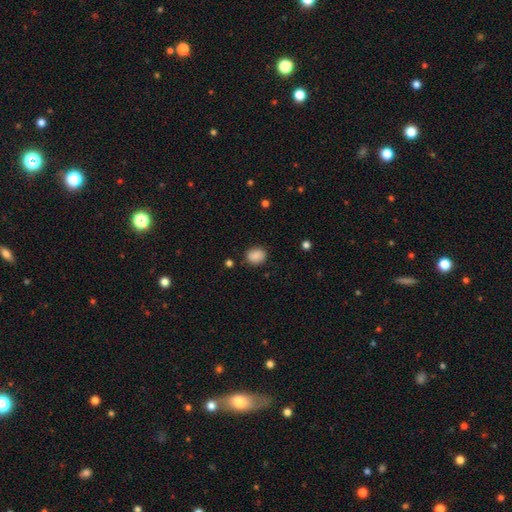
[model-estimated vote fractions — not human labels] smooth-or-featured: smooth: 87% | star or artifact: 9% | featured or disk: 4%
  how-rounded: round: 56% | in between: 43% | cigar-shaped: 1%
  merging: none: 84% | minor disturbance: 11% | major disturbance: 3% | merger: 2%